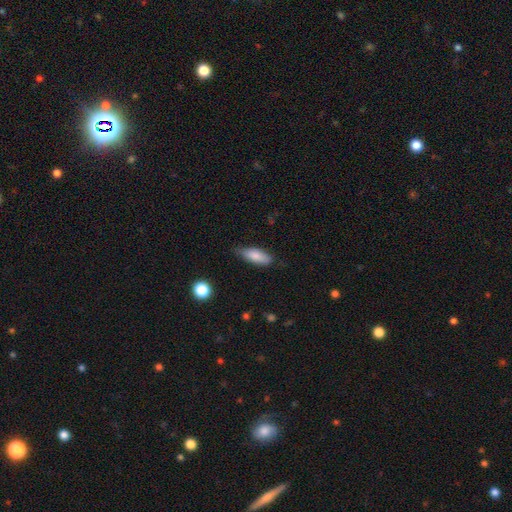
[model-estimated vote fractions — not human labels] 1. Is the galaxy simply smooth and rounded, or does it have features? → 82% smooth, 12% featured or disk, 7% star or artifact.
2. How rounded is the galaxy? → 72% in between, 26% cigar-shaped, 2% round.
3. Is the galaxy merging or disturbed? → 67% none, 27% minor disturbance, 5% major disturbance, 2% merger.